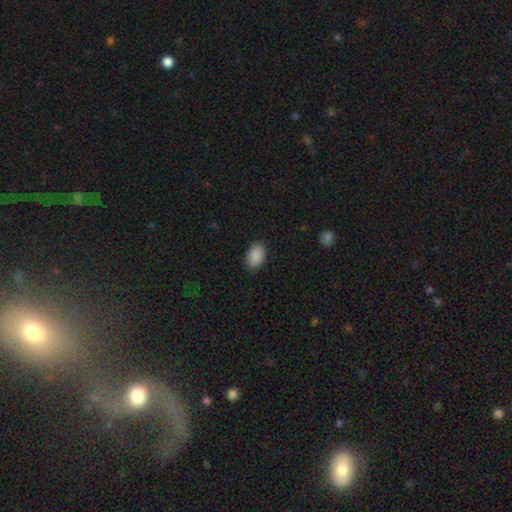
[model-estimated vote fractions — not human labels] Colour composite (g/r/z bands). It shows a smooth galaxy with no disk features (90%) that is in between round and cigar-shaped (89%). Merging: none (87%).